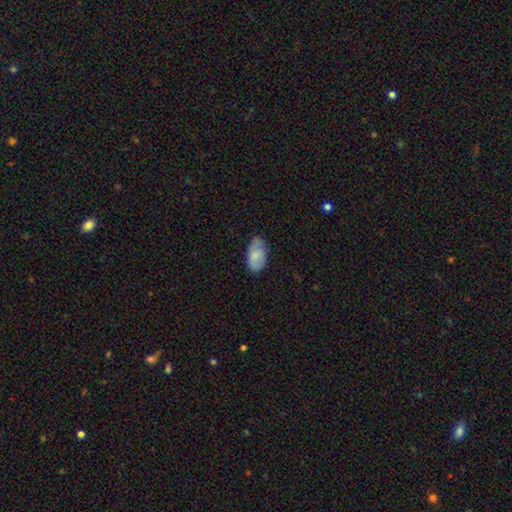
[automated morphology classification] smooth 80%, featured or disk 14%, star or artifact 7%. Down the decision tree: how rounded — in between (94%); merging — none (65%).